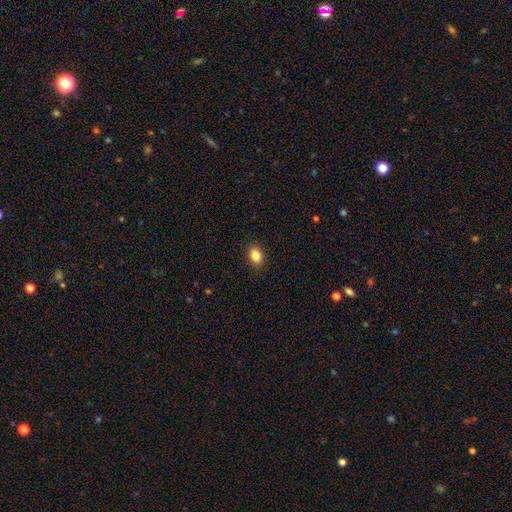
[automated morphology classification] This is clearly a smooth galaxy (85%). How rounded: likely in between (69%). Merging: clearly none (90%).